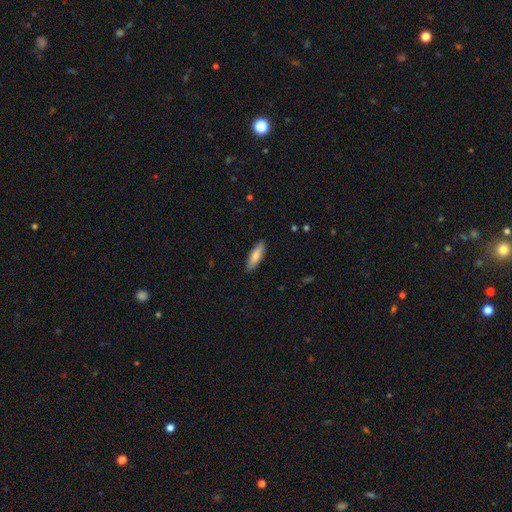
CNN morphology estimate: smooth 78%, featured or disk 16%, star or artifact 5%. Down the decision tree: how rounded — in between (50%); merging — none (89%).